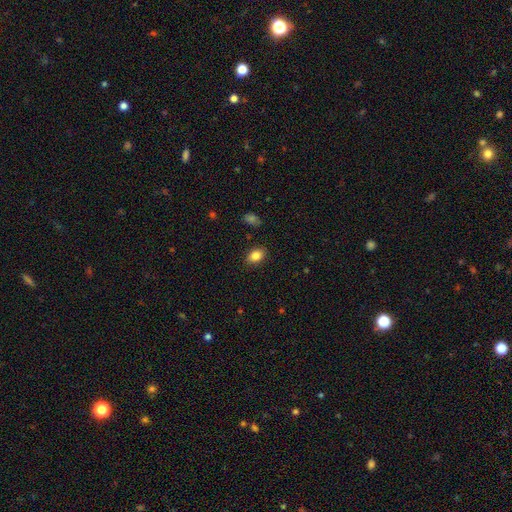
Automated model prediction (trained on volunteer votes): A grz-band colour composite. It shows a smooth galaxy with no disk features (85%) that is in between round and cigar-shaped (81%). Merging: none (87%).